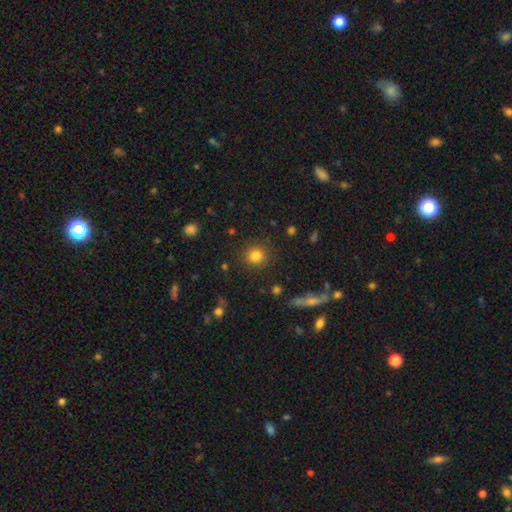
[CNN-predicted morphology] type=smooth (82%); roundness=round (91%); merging=none (88%).